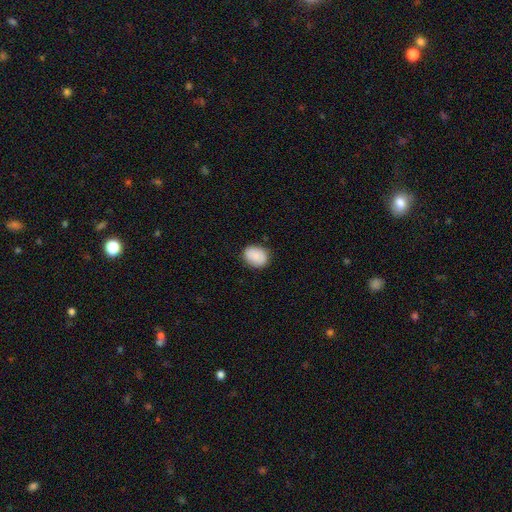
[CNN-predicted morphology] smooth-or-featured: smooth: 87% | star or artifact: 7% | featured or disk: 6%
  how-rounded: in between: 53% | round: 46% | cigar-shaped: 1%
  merging: none: 85% | minor disturbance: 12% | major disturbance: 2% | merger: 1%